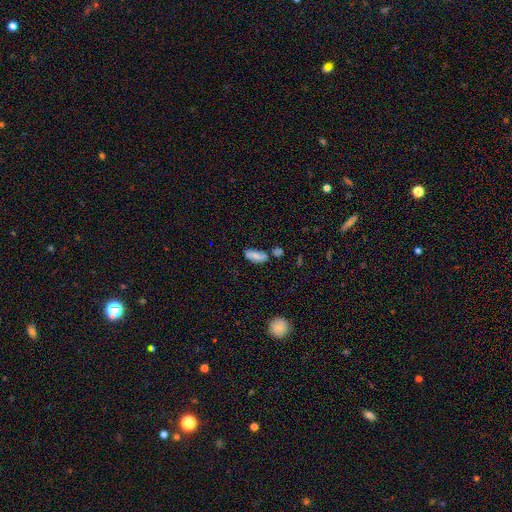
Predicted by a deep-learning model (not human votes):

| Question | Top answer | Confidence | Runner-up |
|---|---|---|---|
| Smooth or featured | smooth | 67% | featured or disk (25%) |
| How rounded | in between | 80% | cigar-shaped (17%) |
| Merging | none | 58% | minor disturbance (22%) |